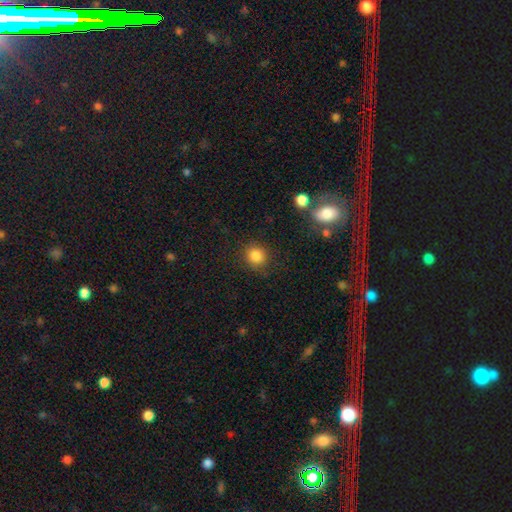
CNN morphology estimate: smooth_or_featured: smooth (p=0.84) [alt: star or artifact p=0.11]
how_rounded: round (p=0.86) [alt: in between p=0.13]
merging: none (p=0.84) [alt: minor disturbance p=0.10]